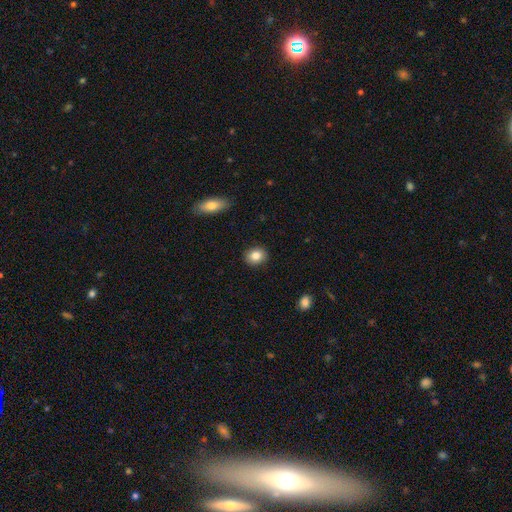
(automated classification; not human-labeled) Q: Smooth or featured?
A: smooth (84%); runner-up: star or artifact (9%)
Q: How rounded?
A: round (60%); runner-up: in between (39%)
Q: Merging?
A: none (91%); runner-up: minor disturbance (7%)